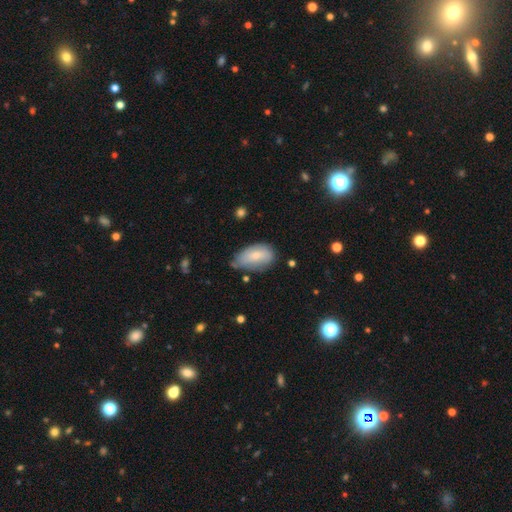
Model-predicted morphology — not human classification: Smooth or featured? smooth (73%)
How rounded? in between (93%)
Merging? none (52%)